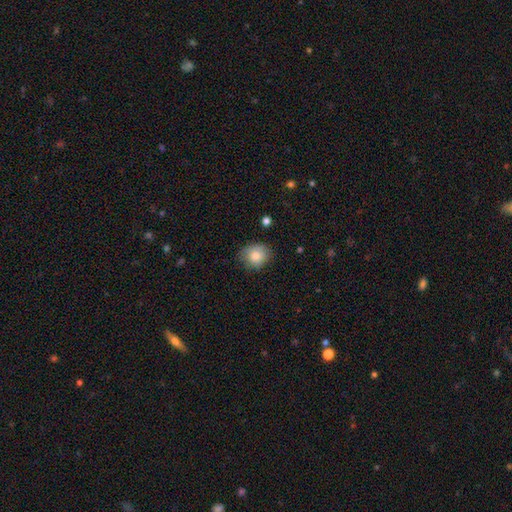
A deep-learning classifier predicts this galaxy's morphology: Q: Smooth or featured?
A: smooth (80%); runner-up: featured or disk (11%)
Q: How rounded?
A: round (71%); runner-up: in between (28%)
Q: Merging?
A: none (71%); runner-up: minor disturbance (23%)